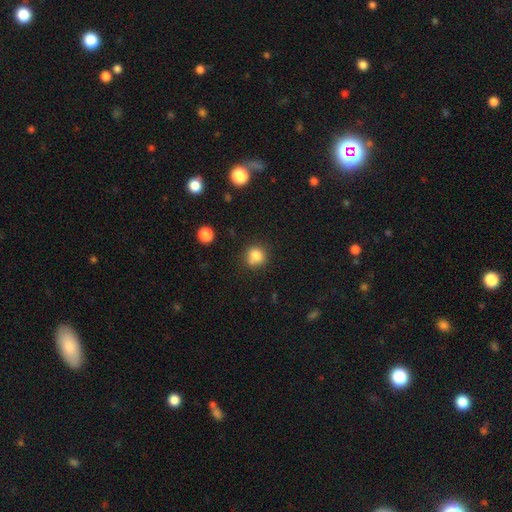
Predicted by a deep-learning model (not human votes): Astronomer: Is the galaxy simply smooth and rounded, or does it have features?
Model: smooth — 82%.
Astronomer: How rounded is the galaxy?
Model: round — 85%.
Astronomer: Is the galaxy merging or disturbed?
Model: none — 72%.